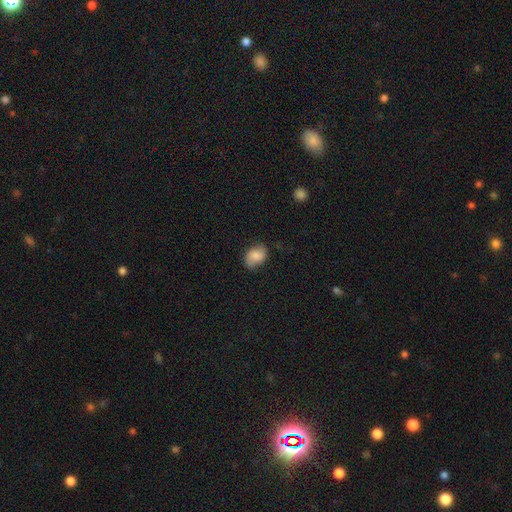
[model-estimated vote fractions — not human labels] A smooth galaxy with no disk features (76%) that is in between round and cigar-shaped (73%). Merging: none (70%).